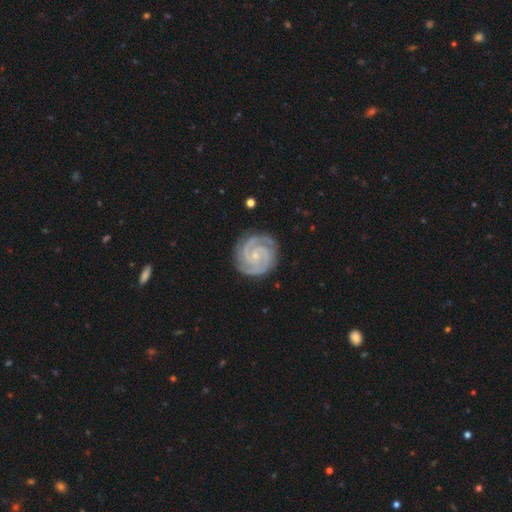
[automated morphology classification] This appears to be a featured or disk galaxy (93%) with no bar (65%), 2 (64%) tight (78%) spiral arms (99%) and a small central bulge (82%). Merging: none (84%).